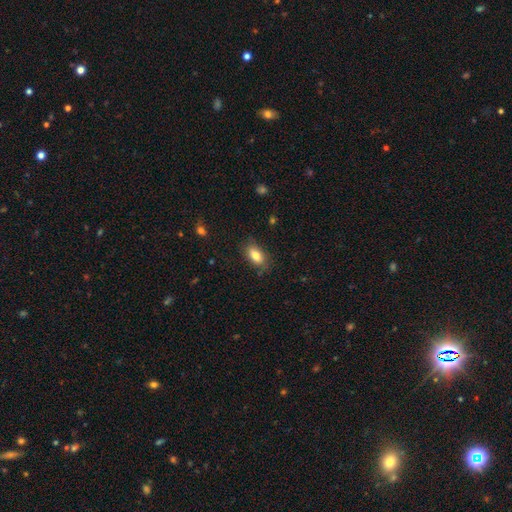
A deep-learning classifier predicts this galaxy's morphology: This is clearly a smooth galaxy (81%). How rounded: clearly in between (88%). Merging: likely none (79%).